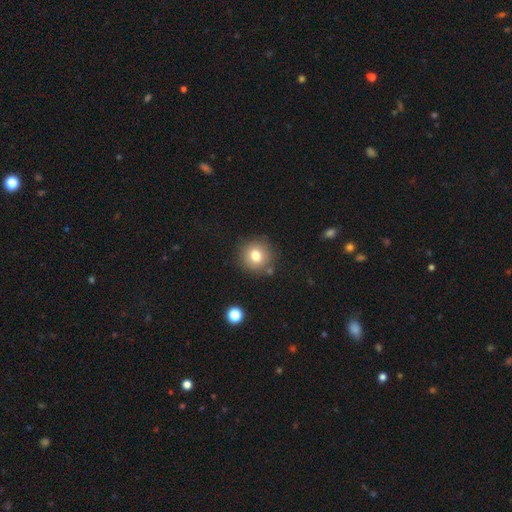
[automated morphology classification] A smooth galaxy with no disk features (77%) that is round (92%).

Vote fractions:
- Smooth or featured? smooth: 77% / star or artifact: 12% / featured or disk: 11%
- How rounded? round: 92% / in between: 7% / cigar-shaped: 1%
- Merging? none: 83% / minor disturbance: 10% / merger: 4% / major disturbance: 3%